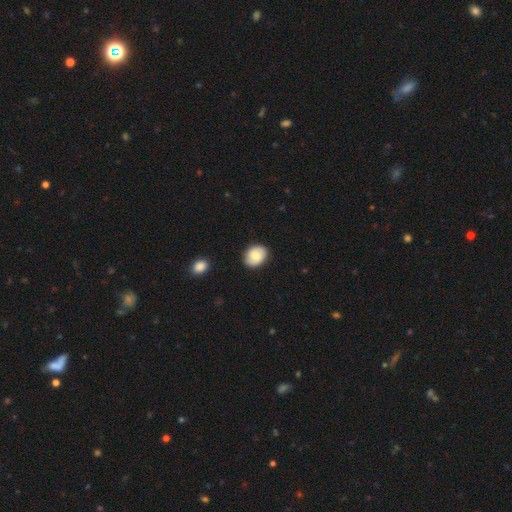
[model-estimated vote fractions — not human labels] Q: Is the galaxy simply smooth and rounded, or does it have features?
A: smooth — 73%.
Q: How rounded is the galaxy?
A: in between — 55%.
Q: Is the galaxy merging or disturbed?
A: none — 85%.